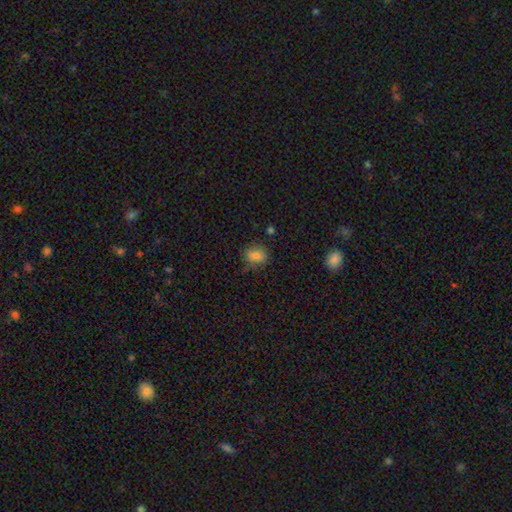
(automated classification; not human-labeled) smooth-or-featured: smooth: 81% | star or artifact: 11% | featured or disk: 8%
  how-rounded: round: 66% | in between: 33% | cigar-shaped: 1%
  merging: none: 80% | minor disturbance: 14% | major disturbance: 3% | merger: 2%